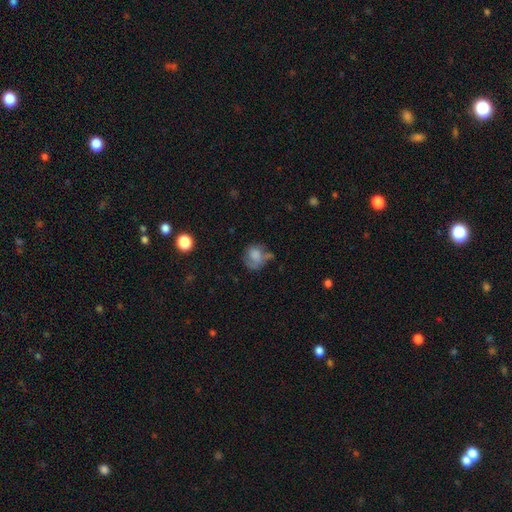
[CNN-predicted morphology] The model was most divided on "merging": none: 39%, minor disturbance: 29%, major disturbance: 23%, merger: 8%. More confident: smooth or featured — smooth (68%); how rounded — round (64%).